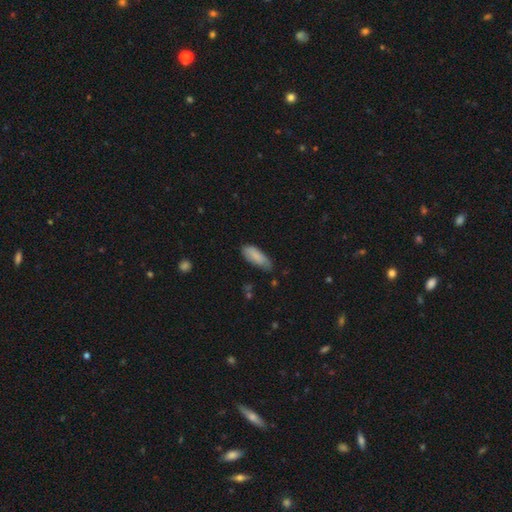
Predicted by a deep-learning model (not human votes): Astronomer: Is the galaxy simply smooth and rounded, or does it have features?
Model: smooth — 83%.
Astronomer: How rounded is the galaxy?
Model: in between — 72%.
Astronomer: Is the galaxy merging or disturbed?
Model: none — 61%.